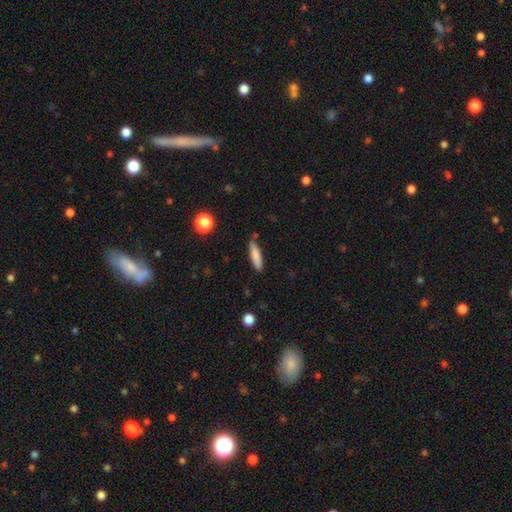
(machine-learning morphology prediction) Smooth or featured? smooth (80%)
How rounded? cigar-shaped (77%)
Merging? none (80%)